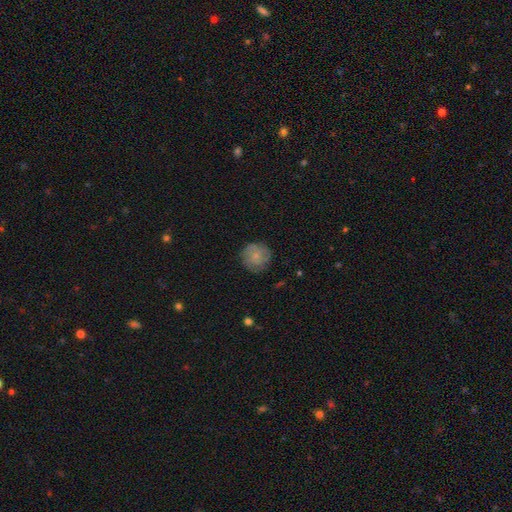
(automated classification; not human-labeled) A smooth galaxy with no disk features (63%) that is round (92%). Merging: none (76%).